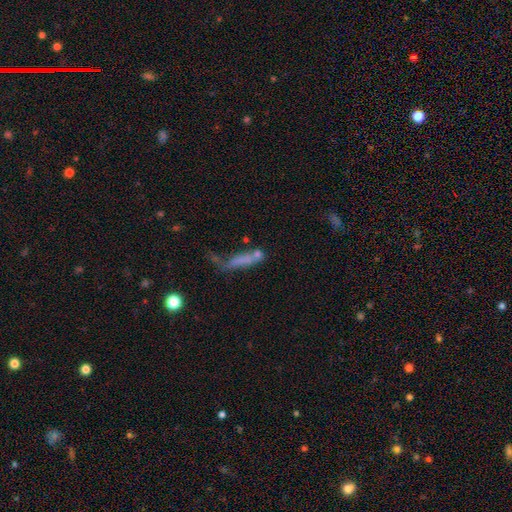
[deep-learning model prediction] smooth_or_featured: smooth (p=0.59) [alt: featured or disk p=0.27]
how_rounded: cigar-shaped (p=0.76) [alt: in between p=0.20]
merging: none (p=0.35) [alt: merger p=0.23]